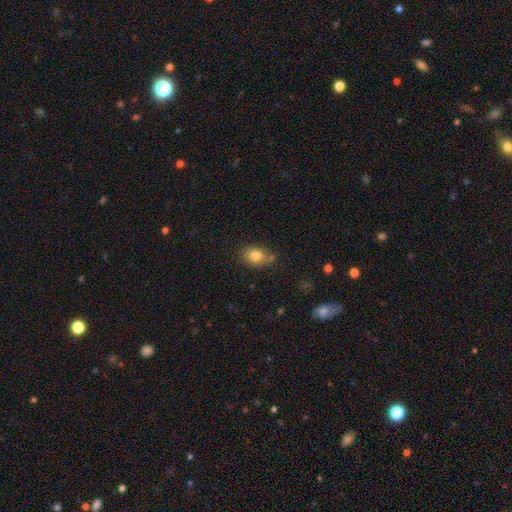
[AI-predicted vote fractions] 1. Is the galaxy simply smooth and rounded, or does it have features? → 80% smooth, 10% featured or disk, 10% star or artifact.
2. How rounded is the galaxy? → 60% in between, 39% round, 1% cigar-shaped.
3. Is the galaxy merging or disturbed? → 69% none, 18% minor disturbance, 9% merger, 4% major disturbance.